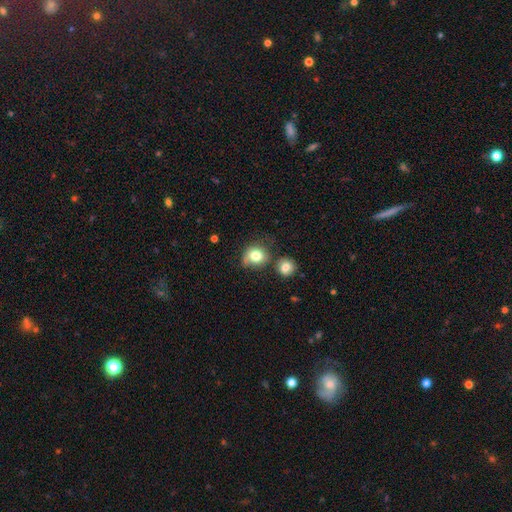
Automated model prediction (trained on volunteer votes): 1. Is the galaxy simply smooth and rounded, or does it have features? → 79% smooth, 11% featured or disk, 10% star or artifact.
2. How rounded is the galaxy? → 77% round, 22% in between, 1% cigar-shaped.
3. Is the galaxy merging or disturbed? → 53% none, 25% minor disturbance, 13% merger, 9% major disturbance.